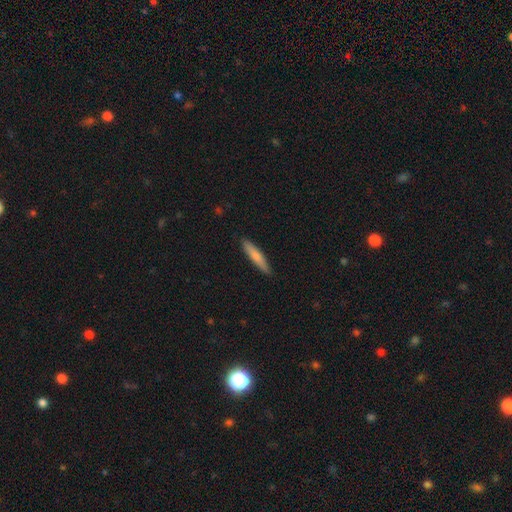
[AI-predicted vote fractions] Smooth or featured: smooth — 75% (featured or disk — 20%)
How rounded: cigar-shaped — 88% (in between — 10%)
Merging: none — 88% (minor disturbance — 9%)